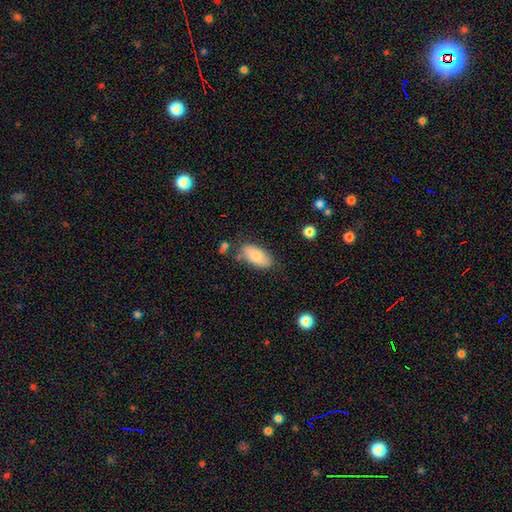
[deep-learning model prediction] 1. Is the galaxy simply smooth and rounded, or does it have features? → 80% smooth, 13% featured or disk, 7% star or artifact.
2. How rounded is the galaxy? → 92% in between, 6% cigar-shaped, 2% round.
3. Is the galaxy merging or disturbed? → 73% none, 18% minor disturbance, 4% merger, 4% major disturbance.